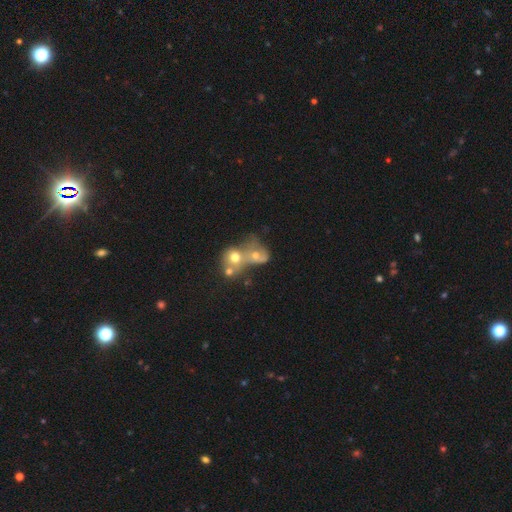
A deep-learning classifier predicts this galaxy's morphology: Overall: smooth (54%; featured or disk 30%). How rounded: round (57%; in between 41%). Merging: merger (72%).